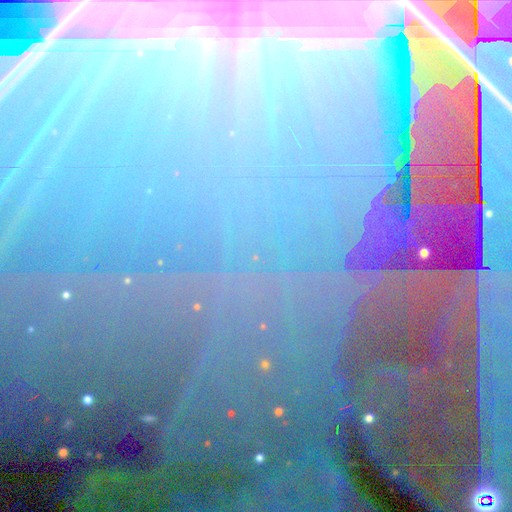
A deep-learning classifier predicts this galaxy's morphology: A star or artifact, not a galaxy (81%).

Vote fractions:
- Smooth or featured? star or artifact: 81% / smooth: 10% / featured or disk: 9%